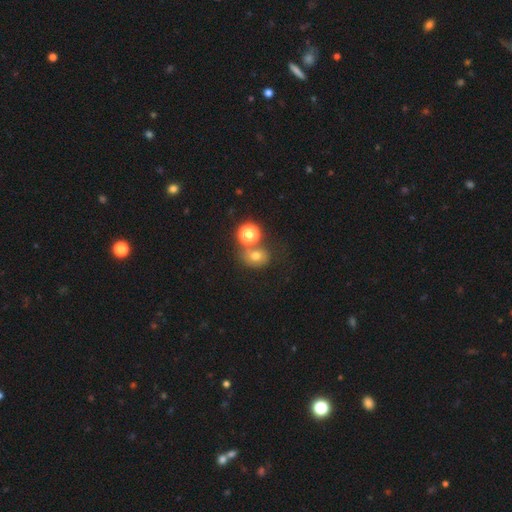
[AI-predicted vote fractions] smooth-or-featured: smooth: 66% | star or artifact: 21% | featured or disk: 13%
  how-rounded: round: 62% | in between: 37% | cigar-shaped: 1%
  merging: none: 54% | merger: 27% | minor disturbance: 13% | major disturbance: 7%